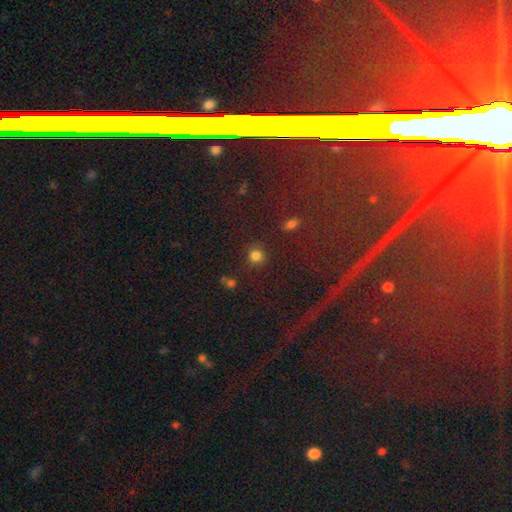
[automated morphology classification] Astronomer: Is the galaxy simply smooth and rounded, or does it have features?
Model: smooth — 78%.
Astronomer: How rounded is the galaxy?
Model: round — 90%.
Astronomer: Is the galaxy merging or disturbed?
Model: none — 81%.